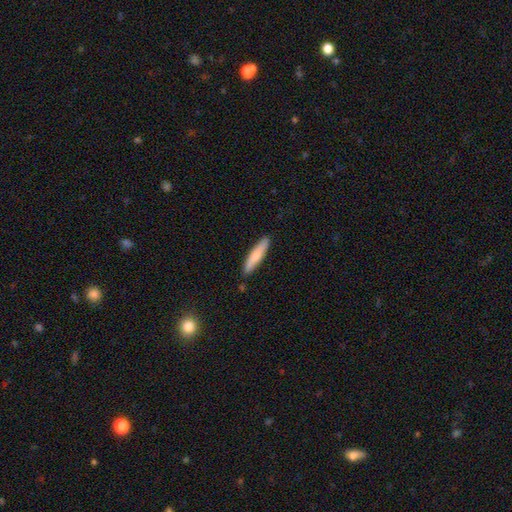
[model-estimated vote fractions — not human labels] This appears to be a smooth galaxy with no disk features (74%) that is cigar-shaped (86%). Merging: none (87%).